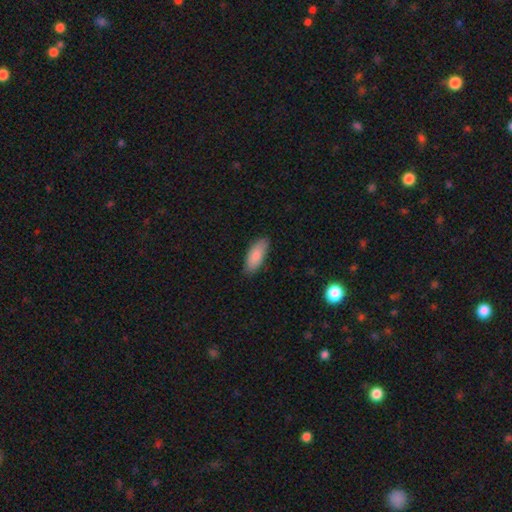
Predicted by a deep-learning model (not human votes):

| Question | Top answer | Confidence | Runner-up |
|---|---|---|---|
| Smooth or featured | smooth | 85% | featured or disk (10%) |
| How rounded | in between | 80% | cigar-shaped (18%) |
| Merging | none | 83% | minor disturbance (14%) |